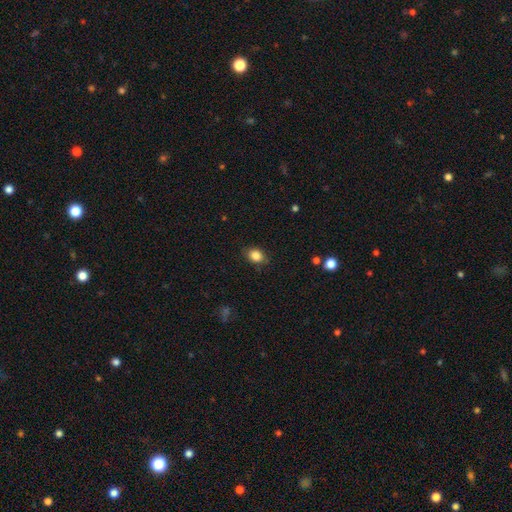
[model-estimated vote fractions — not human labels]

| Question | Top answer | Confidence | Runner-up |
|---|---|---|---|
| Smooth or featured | smooth | 86% | star or artifact (9%) |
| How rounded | in between | 66% | round (33%) |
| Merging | none | 83% | minor disturbance (13%) |